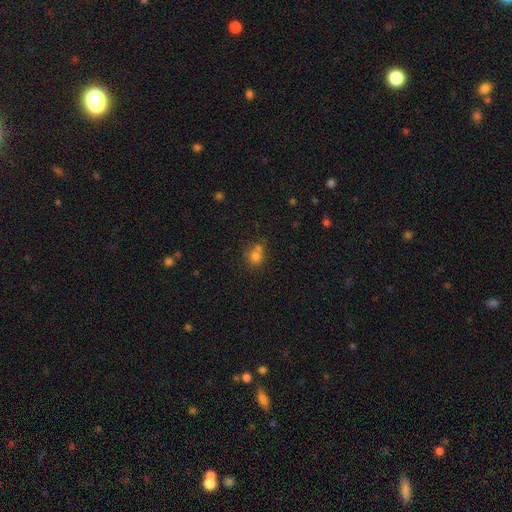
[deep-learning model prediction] Morphology: type=smooth (75%); roundness=round (78%); merging=none (46%).